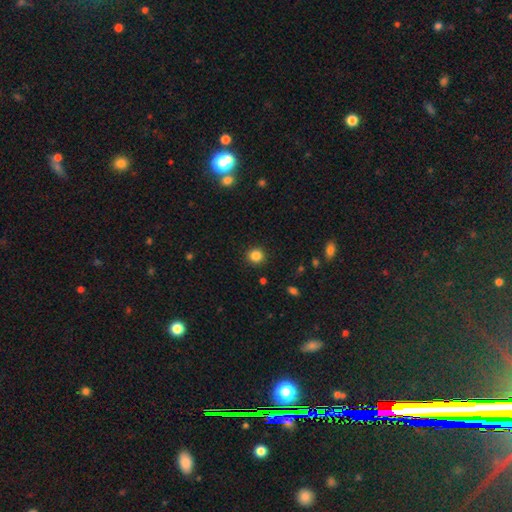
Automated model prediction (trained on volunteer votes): Smooth or featured? smooth (84%)
How rounded? round (91%)
Merging? none (91%)